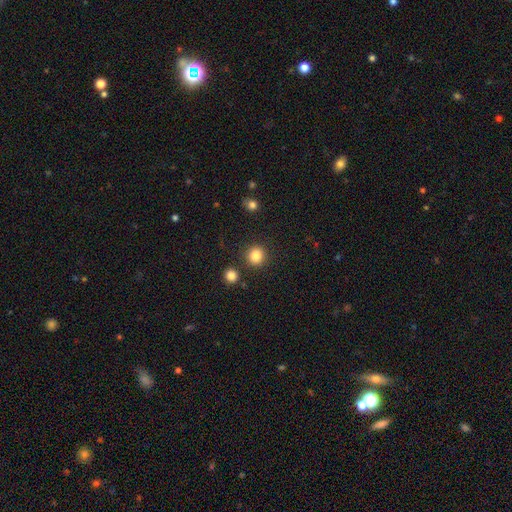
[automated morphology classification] Smooth or featured: smooth — 85% (star or artifact — 11%)
How rounded: round — 91% (in between — 8%)
Merging: none — 88% (minor disturbance — 6%)